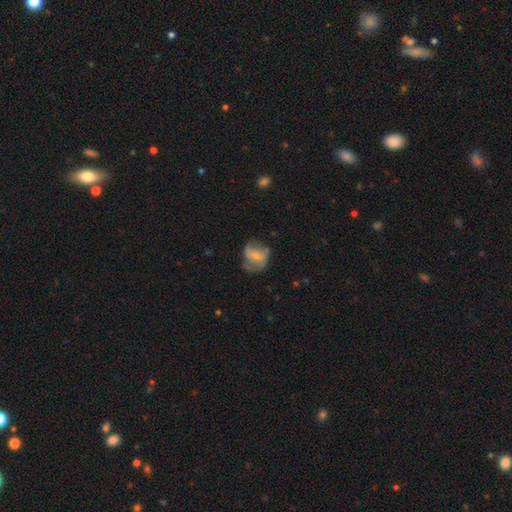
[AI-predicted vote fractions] Overall: featured or disk (51%; smooth 41%). Edge-on disk: no (97%). Merging: none (44%; minor disturbance 28%).